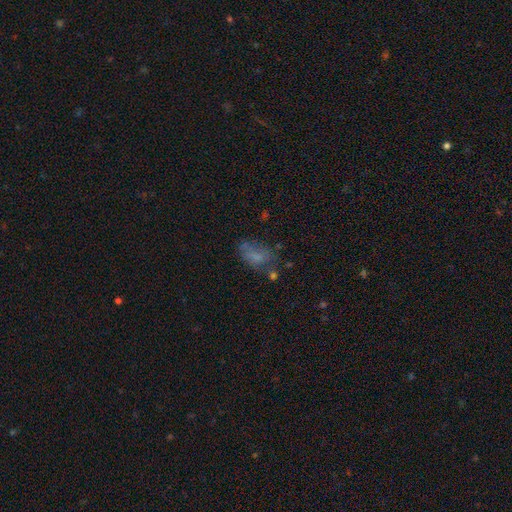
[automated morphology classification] type=smooth (61%); roundness=in between (86%); merging=none (46%).